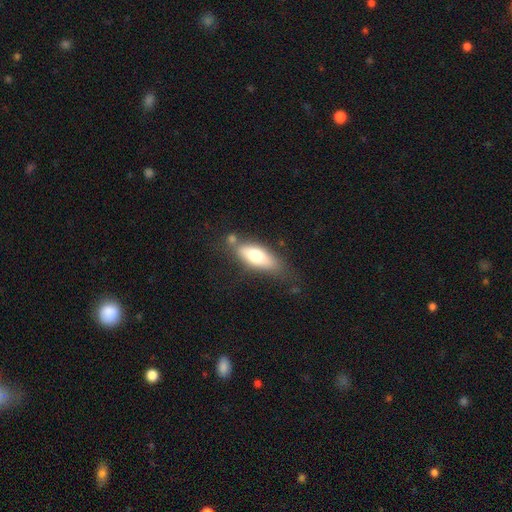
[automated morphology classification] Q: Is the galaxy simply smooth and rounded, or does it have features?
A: smooth — 67%.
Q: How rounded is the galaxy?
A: in between — 72%.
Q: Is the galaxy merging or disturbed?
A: none — 63%.